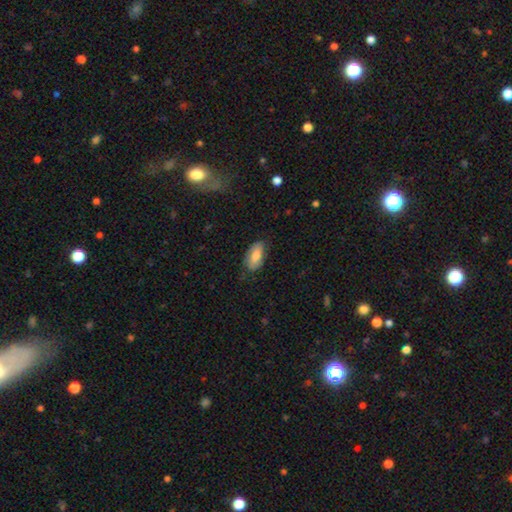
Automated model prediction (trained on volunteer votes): Smooth or featured?
  - smooth: 74% *
  - featured or disk: 20%
  - star or artifact: 7%
How rounded?
  - in between: 91% *
  - cigar-shaped: 6%
  - round: 3%
Merging?
  - none: 69% *
  - minor disturbance: 24%
  - major disturbance: 6%
  - merger: 1%